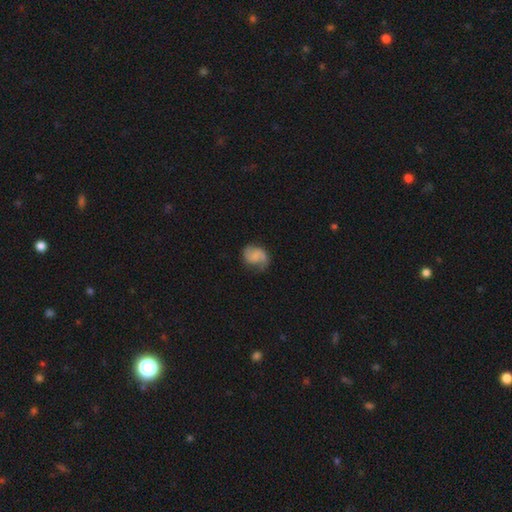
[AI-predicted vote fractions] Overall: featured or disk (62%; smooth 30%). Edge-on disk: no (98%). Bar: no (57%; weak 36%). Spiral arms: yes (93%). Spiral arm count: 2 (84%). Spiral winding: medium (44%; loose 38%). Bulge size: none (48%; small 33%). Merging: none (70%).